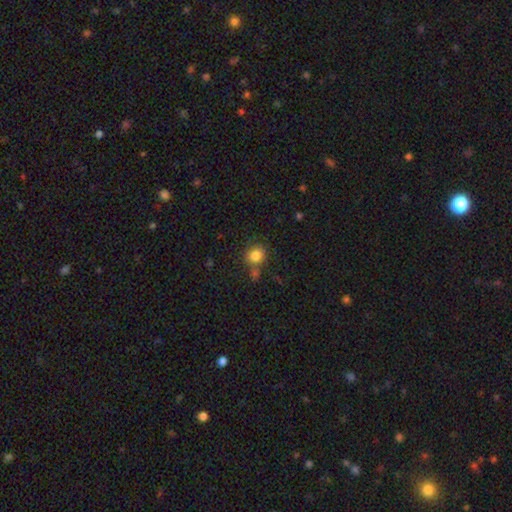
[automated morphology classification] This appears to be a smooth galaxy with no disk features (83%) that is round (75%). Merging: none (67%).